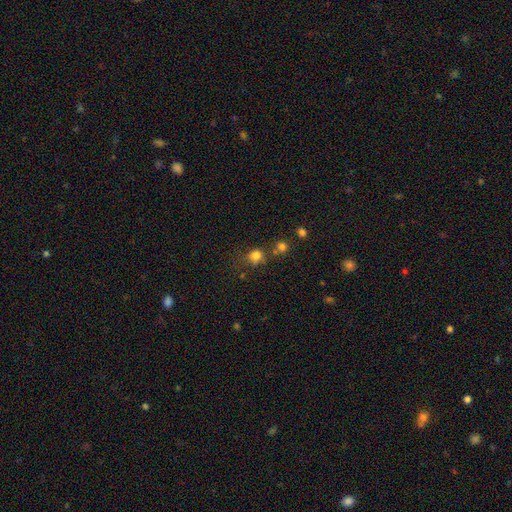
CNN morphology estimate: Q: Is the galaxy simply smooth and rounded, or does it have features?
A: smooth — 76%.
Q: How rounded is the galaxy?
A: round — 78%.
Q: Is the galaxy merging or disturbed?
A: none — 58%.